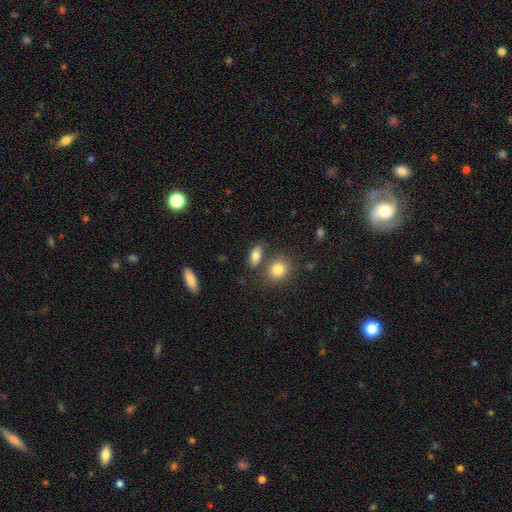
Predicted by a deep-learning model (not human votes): The model was most divided on "merging": none: 69%, merger: 14%, minor disturbance: 13%, major disturbance: 4%. More confident: how rounded — in between (80%); smooth or featured — smooth (80%).